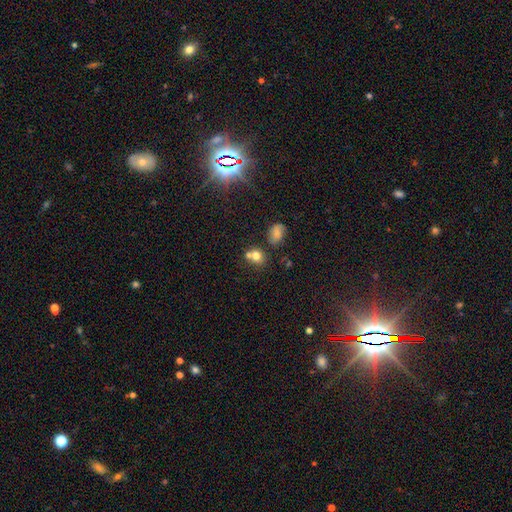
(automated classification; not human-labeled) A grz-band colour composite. It shows a smooth galaxy with no disk features (75%) that is round (70%). Merging: none (48%).